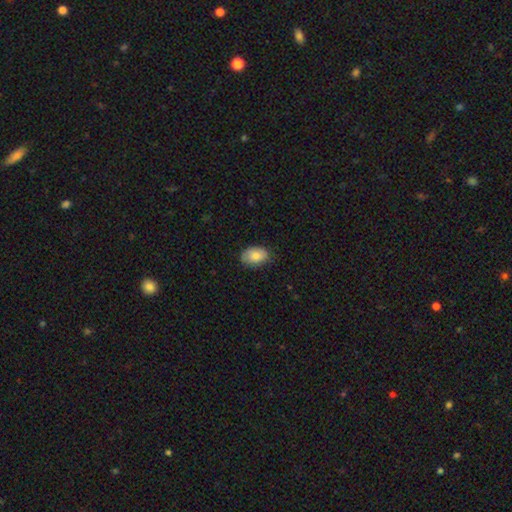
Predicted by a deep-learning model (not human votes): Smooth or featured? smooth (81%)
How rounded? in between (86%)
Merging? none (75%)